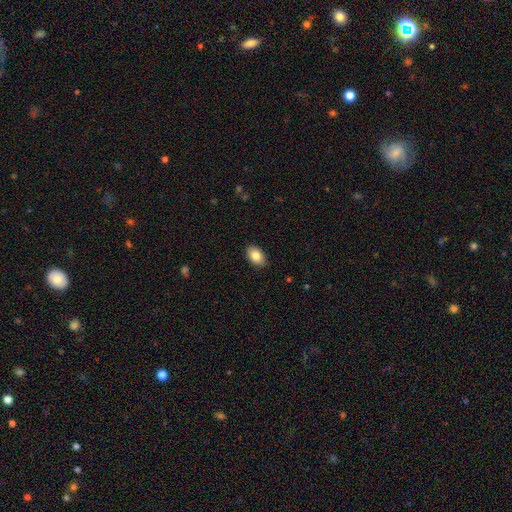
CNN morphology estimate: The model was most divided on "smooth or featured": smooth: 84%, featured or disk: 8%, star or artifact: 8%. More confident: merging — none (89%); how rounded — in between (87%).